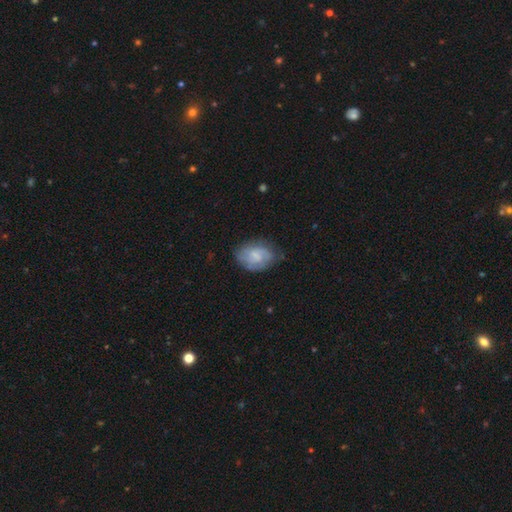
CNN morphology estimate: Smooth or featured? Predicted: smooth (p=0.50). How rounded? Predicted: in between (p=0.76). Merging? Predicted: none (p=0.60).